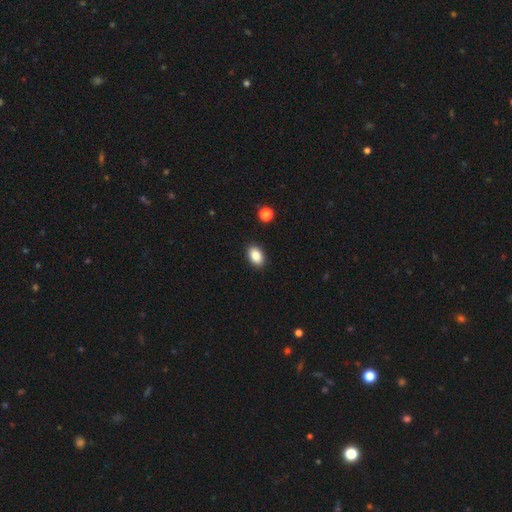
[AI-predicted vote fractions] The model was most divided on "how rounded": in between: 88%, round: 11%, cigar-shaped: 1%. More confident: merging — none (90%); smooth or featured — smooth (87%).